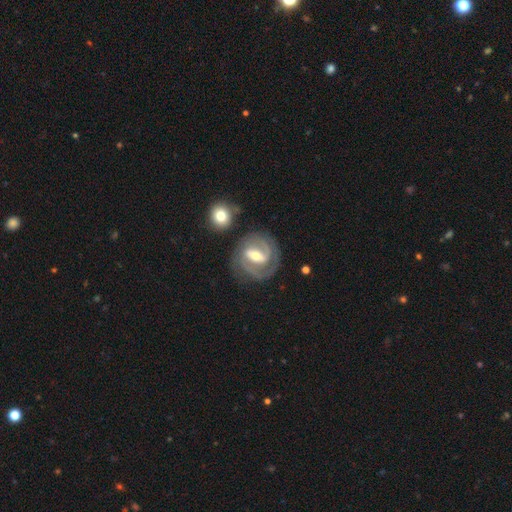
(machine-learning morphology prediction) Smooth or featured? Predicted: featured or disk (p=0.86). Edge-on disk? Predicted: no (p=0.97). Bar? Predicted: strong (p=0.56). Spiral arms? Predicted: yes (p=0.94). Spiral winding? Predicted: tight (p=0.53). Spiral arm count? Predicted: 2 (p=0.79). Bulge size? Predicted: moderate (p=0.63). Merging? Predicted: none (p=0.76).